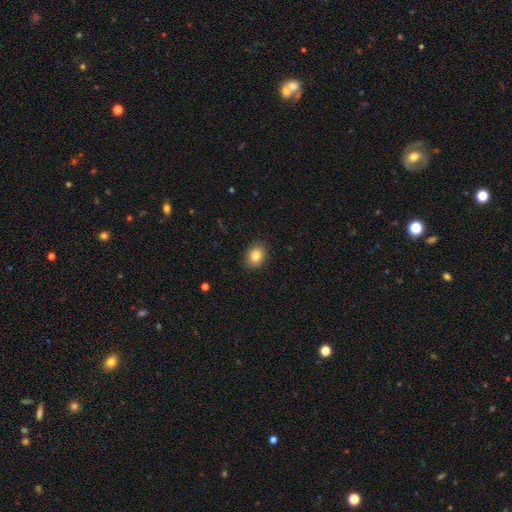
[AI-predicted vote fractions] A smooth galaxy with no disk features (84%) that is in between round and cigar-shaped (51%). Merging: none (89%).